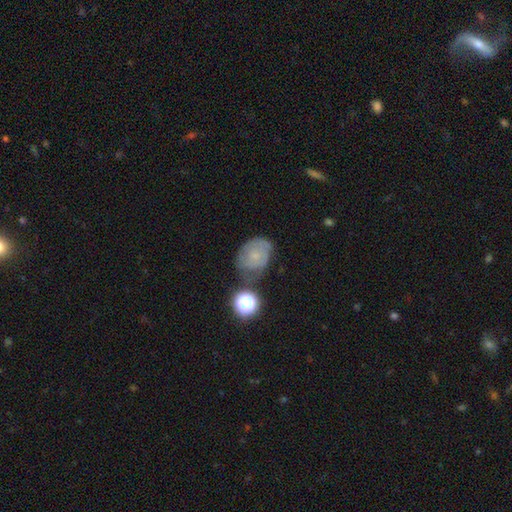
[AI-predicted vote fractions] This is possibly a smooth galaxy (50%). How rounded: possibly in between (55%). Merging: possibly none (54%).